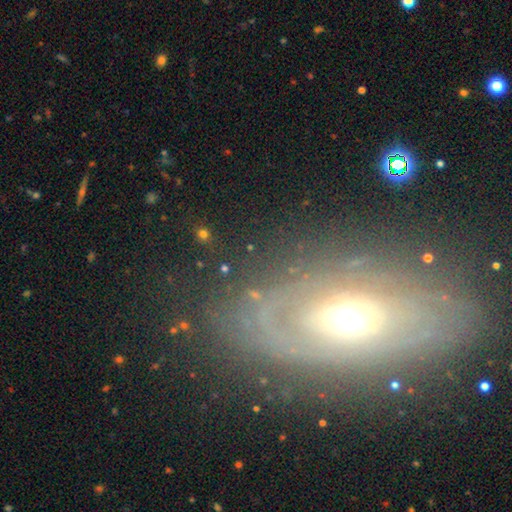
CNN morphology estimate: Smooth or featured?
  - featured or disk: 71% *
  - smooth: 20%
  - star or artifact: 10%
Edge-on disk?
  - no: 86% *
  - yes: 14%
Bar?
  - no: 72% *
  - weak: 20%
  - strong: 7%
Spiral arms?
  - yes: 60% *
  - no: 40%
Bulge size?
  - moderate: 68% *
  - small: 16%
  - large: 13%
  - dominant: 2%
  - none: 1%
Merging?
  - none: 74% *
  - minor disturbance: 15%
  - major disturbance: 8%
  - merger: 2%